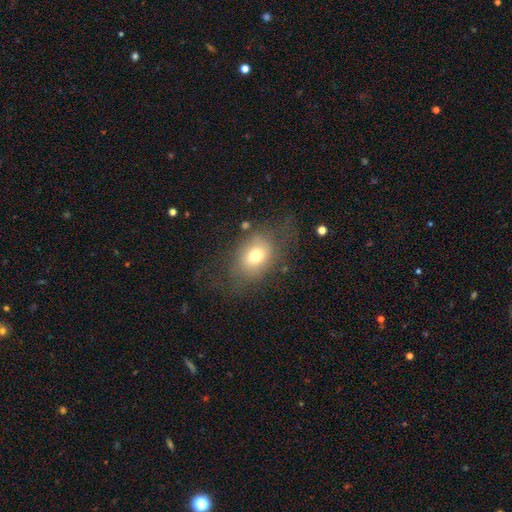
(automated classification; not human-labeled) This appears to be a smooth galaxy with no disk features (70%) that is in between round and cigar-shaped (60%). Merging: none (59%).